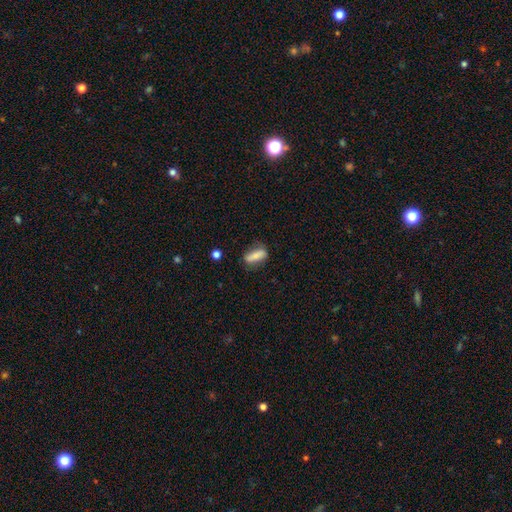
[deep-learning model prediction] Overall: smooth (67%). How rounded: in between (64%; cigar-shaped 32%). Merging: none (70%).